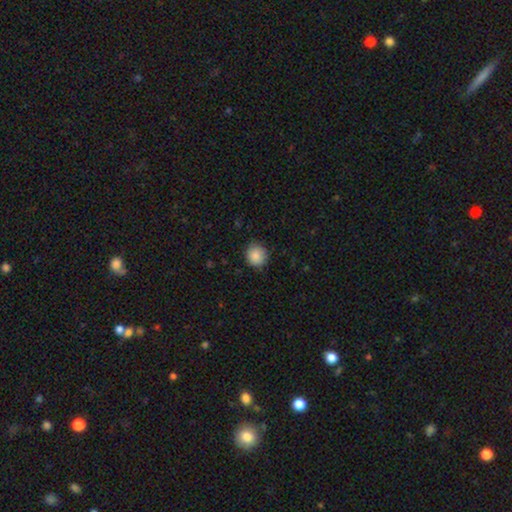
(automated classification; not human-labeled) A smooth galaxy with no disk features (87%) that is round (90%). Merging: none (86%).